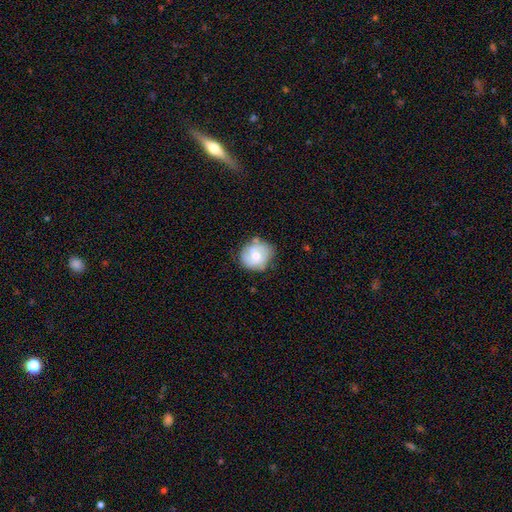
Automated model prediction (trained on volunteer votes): Smooth or featured? Predicted: smooth (p=0.54). How rounded? Predicted: round (p=0.81). Merging? Predicted: none (p=0.70).